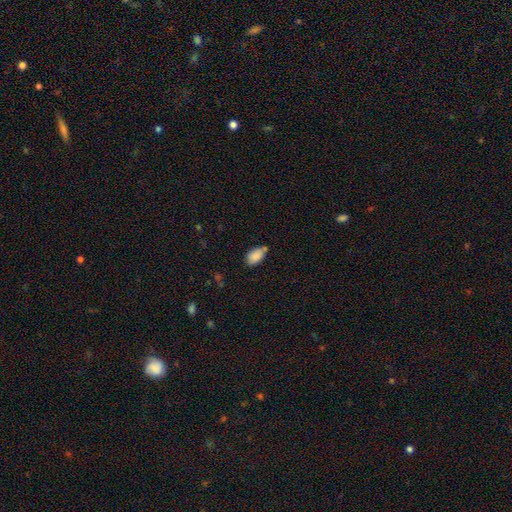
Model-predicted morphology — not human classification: smooth-or-featured: smooth: 87% | star or artifact: 8% | featured or disk: 5%
  how-rounded: in between: 93% | round: 6% | cigar-shaped: 2%
  merging: none: 56% | minor disturbance: 28% | merger: 10% | major disturbance: 5%